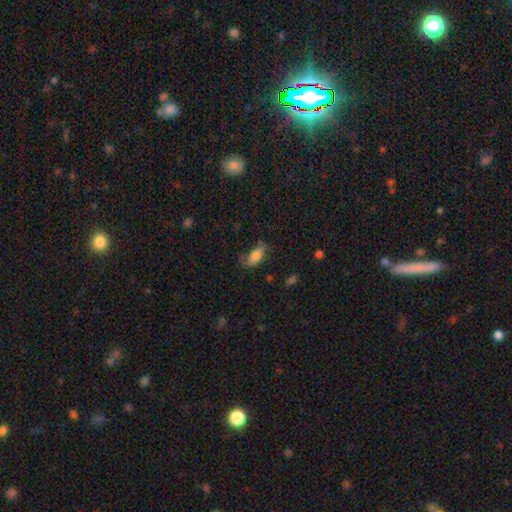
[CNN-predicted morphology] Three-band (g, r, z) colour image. It shows a smooth galaxy with no disk features (75%) that is in between round and cigar-shaped (84%). Merging: none (57%).